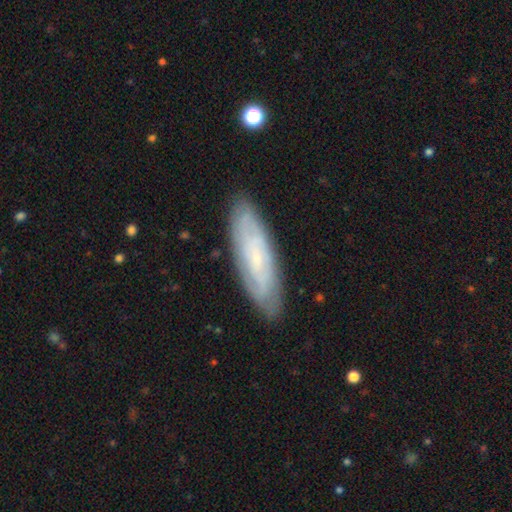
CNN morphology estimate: Smooth or featured? Predicted: featured or disk (p=0.63). Edge-on disk? Predicted: no (p=0.80). Bar? Predicted: no (p=0.67). Spiral arms? Predicted: yes (p=0.83). Bulge size? Predicted: small (p=0.81). Merging? Predicted: none (p=0.84).